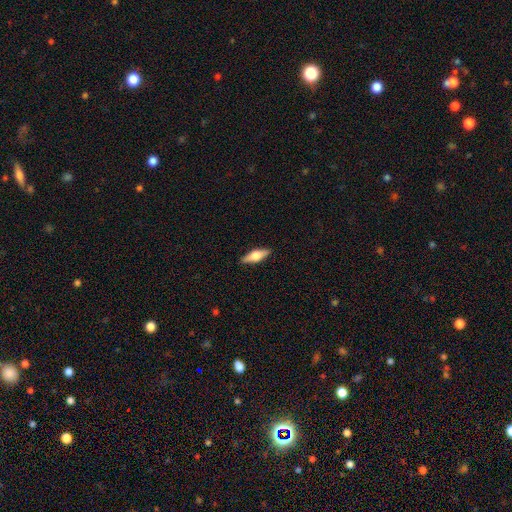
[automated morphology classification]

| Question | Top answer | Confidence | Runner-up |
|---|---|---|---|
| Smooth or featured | featured or disk | 51% | smooth (43%) |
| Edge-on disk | yes | 94% | no (6%) |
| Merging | none | 89% | minor disturbance (8%) |